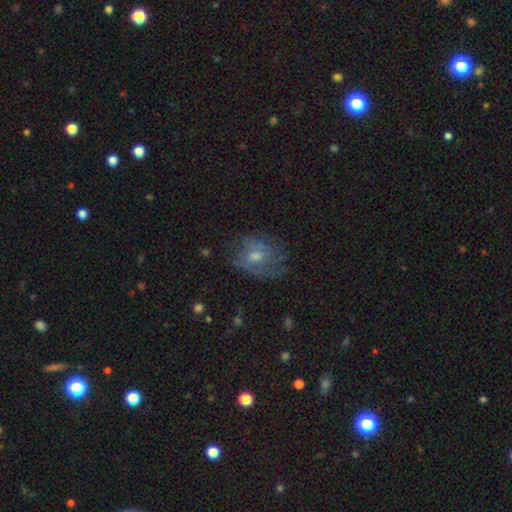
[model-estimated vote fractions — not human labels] Smooth or featured: featured or disk — 56% (smooth — 31%)
Edge-on disk: no — 96% (yes — 4%)
Bar: no — 59% (weak — 35%)
Spiral arms: yes — 67% (no — 33%)
Bulge size: moderate — 56% (small — 32%)
Merging: none — 60% (minor disturbance — 23%)